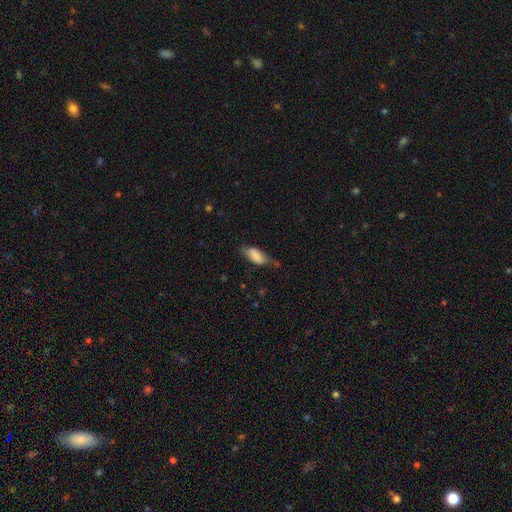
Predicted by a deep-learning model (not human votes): Q: Smooth or featured?
A: smooth (79%); runner-up: featured or disk (14%)
Q: How rounded?
A: in between (83%); runner-up: cigar-shaped (15%)
Q: Merging?
A: none (48%); runner-up: minor disturbance (35%)